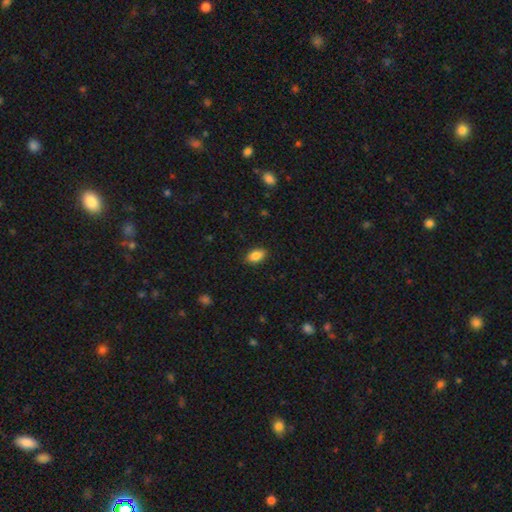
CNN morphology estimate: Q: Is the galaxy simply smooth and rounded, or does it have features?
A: smooth — 87%.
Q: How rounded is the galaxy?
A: in between — 91%.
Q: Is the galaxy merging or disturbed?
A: none — 88%.